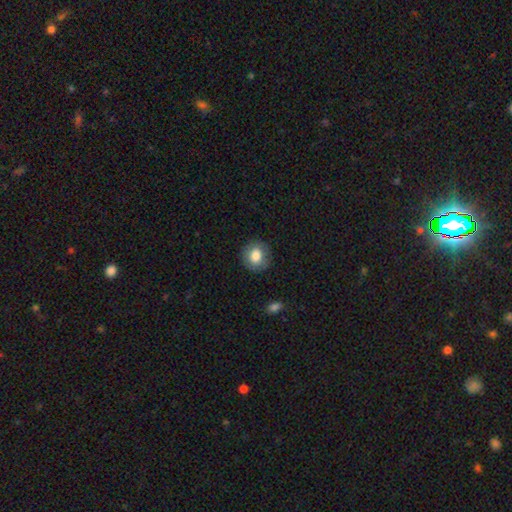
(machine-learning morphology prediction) This appears to be a smooth galaxy with no disk features (80%) that is round (80%). Merging: none (86%).